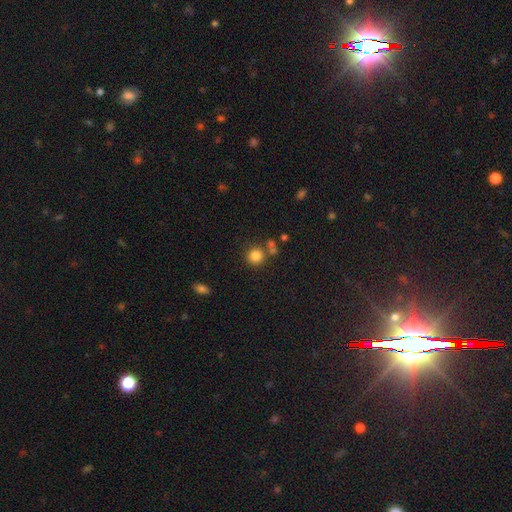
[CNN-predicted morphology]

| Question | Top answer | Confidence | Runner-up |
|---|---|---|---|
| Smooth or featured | smooth | 82% | star or artifact (12%) |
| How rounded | round | 92% | in between (7%) |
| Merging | none | 73% | merger (14%) |